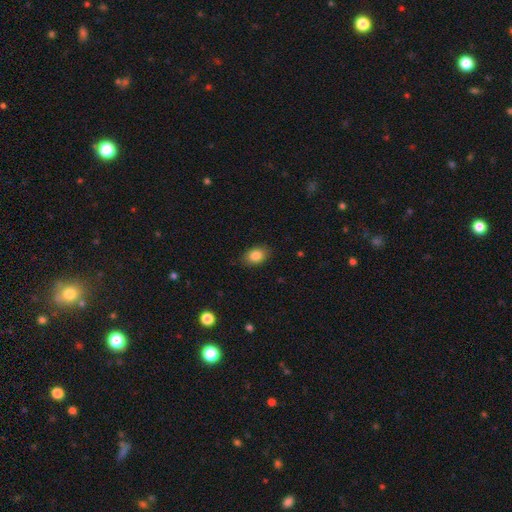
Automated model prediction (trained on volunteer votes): This appears to be a smooth galaxy with no disk features (85%) that is in between round and cigar-shaped (78%). Merging: none (85%).